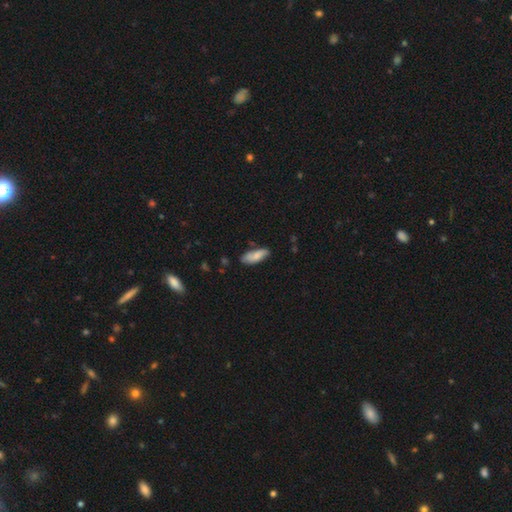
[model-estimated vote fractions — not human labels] Smooth or featured? Predicted: smooth (p=0.78). How rounded? Predicted: in between (p=0.72). Merging? Predicted: none (p=0.69).